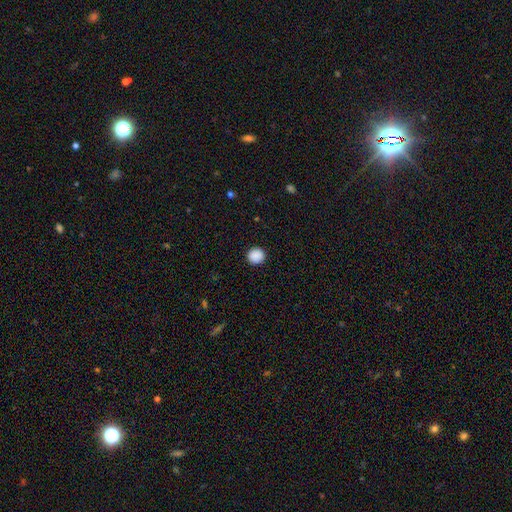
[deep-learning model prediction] Morphology: type=smooth (89%); roundness=round (92%); merging=none (93%).